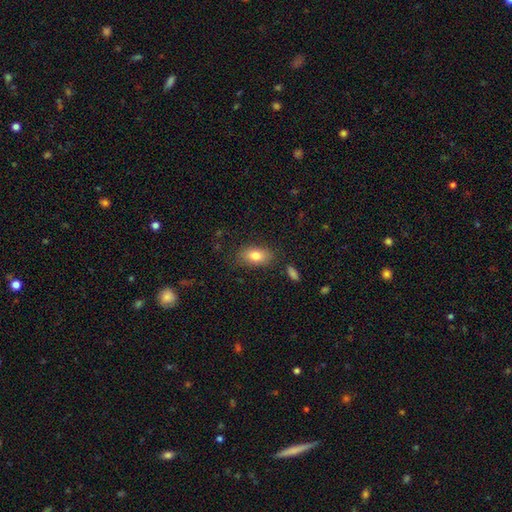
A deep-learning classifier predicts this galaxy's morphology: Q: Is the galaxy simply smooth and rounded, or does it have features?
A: smooth — 80%.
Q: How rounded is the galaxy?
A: in between — 89%.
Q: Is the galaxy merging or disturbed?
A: none — 81%.